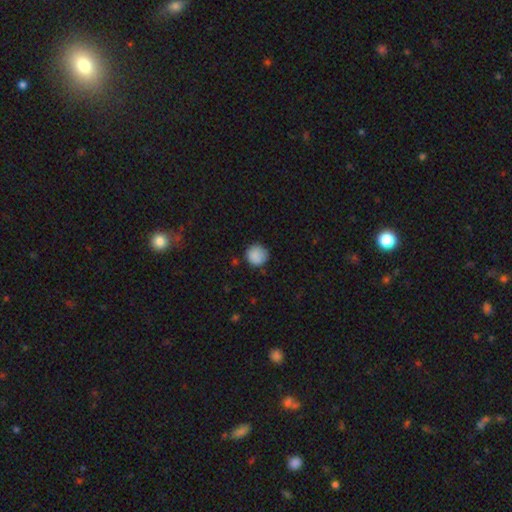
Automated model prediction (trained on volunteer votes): Q: Smooth or featured?
A: smooth (87%); runner-up: star or artifact (9%)
Q: How rounded?
A: round (94%); runner-up: in between (5%)
Q: Merging?
A: none (82%); runner-up: minor disturbance (14%)